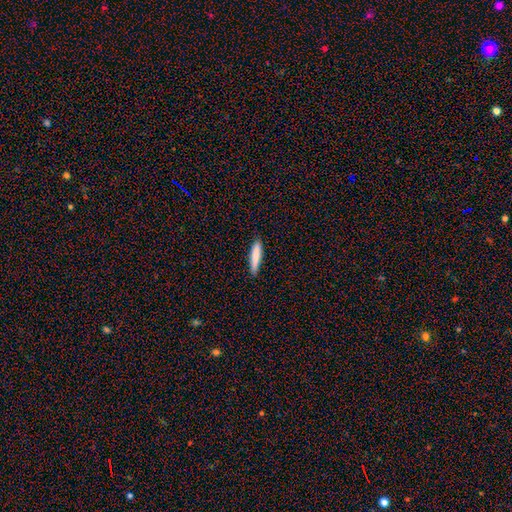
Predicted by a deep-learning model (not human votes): smooth-or-featured: smooth: 82% | featured or disk: 13% | star or artifact: 6%
  how-rounded: cigar-shaped: 88% | in between: 11% | round: 1%
  merging: none: 87% | minor disturbance: 10% | major disturbance: 2% | merger: 1%